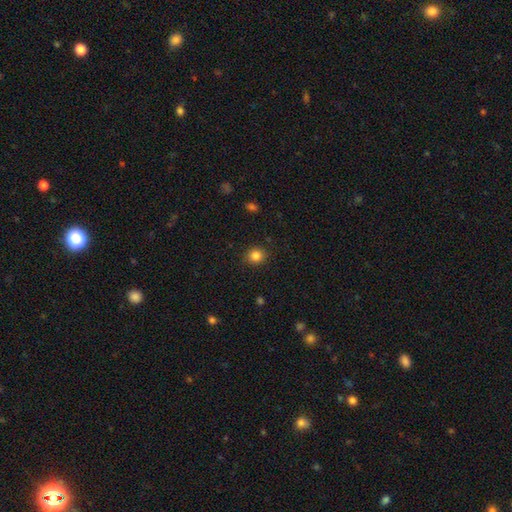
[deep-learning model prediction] The model was most divided on "how rounded": round: 83%, in between: 16%, cigar-shaped: 1%. More confident: merging — none (90%); smooth or featured — smooth (84%).